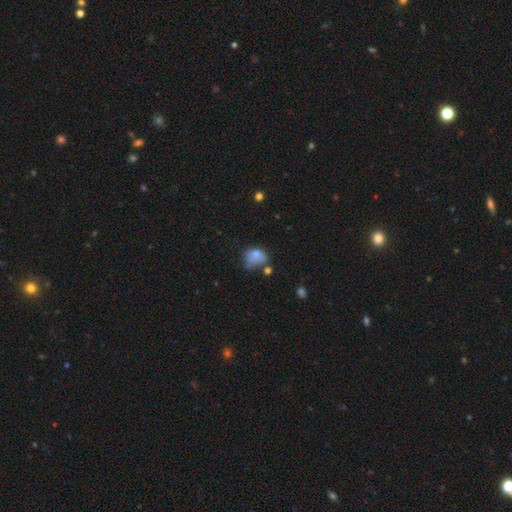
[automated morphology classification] Smooth or featured? smooth (74%)
How rounded? in between (64%)
Merging? minor disturbance (33%)